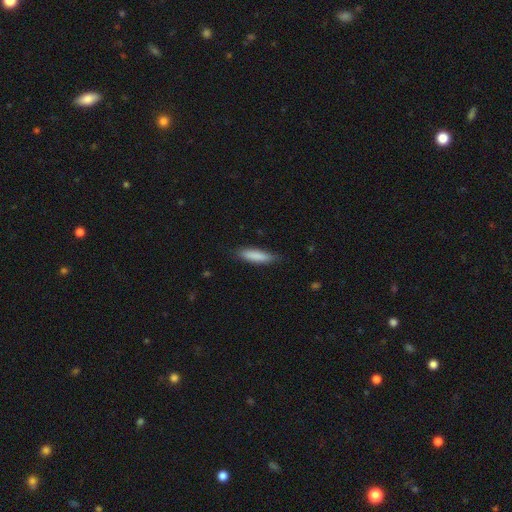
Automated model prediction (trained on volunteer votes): Smooth or featured?
  - smooth: 84% *
  - featured or disk: 10%
  - star or artifact: 6%
How rounded?
  - cigar-shaped: 73% *
  - in between: 26%
  - round: 1%
Merging?
  - none: 82% *
  - minor disturbance: 15%
  - major disturbance: 2%
  - merger: 1%